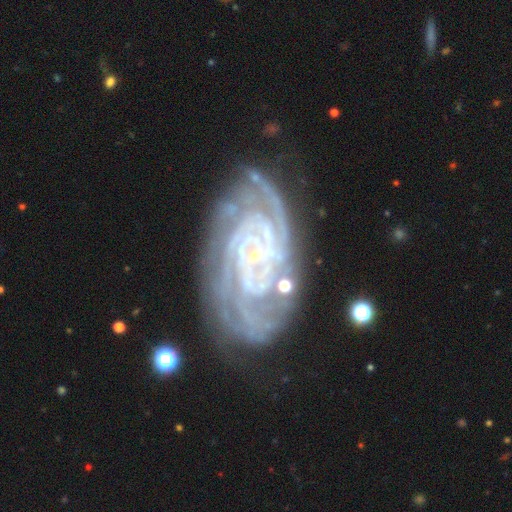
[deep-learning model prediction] This is clearly a featured or disk galaxy (90%). It is clearly not viewed edge-on (97%). Bar: possibly no (55%). Spiral arm pattern: clearly yes (98%). Spiral arm count: marginally 3 (21%, tied with 2). Spiral winding: likely tight (80%). Central bulge: likely small (78%). Merging: likely none (71%).